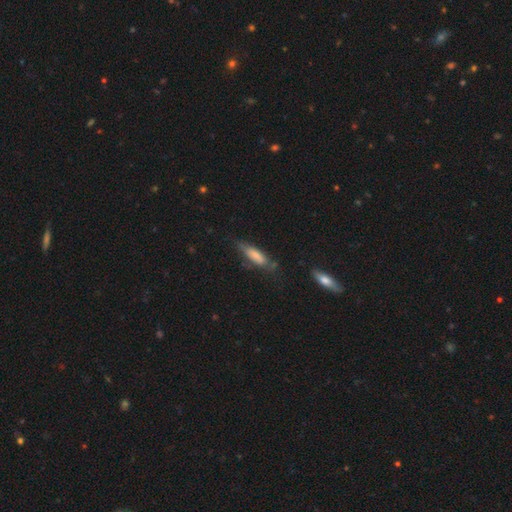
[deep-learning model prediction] Q: Smooth or featured?
A: smooth (72%); runner-up: featured or disk (22%)
Q: How rounded?
A: cigar-shaped (54%); runner-up: in between (44%)
Q: Merging?
A: none (55%); runner-up: minor disturbance (30%)